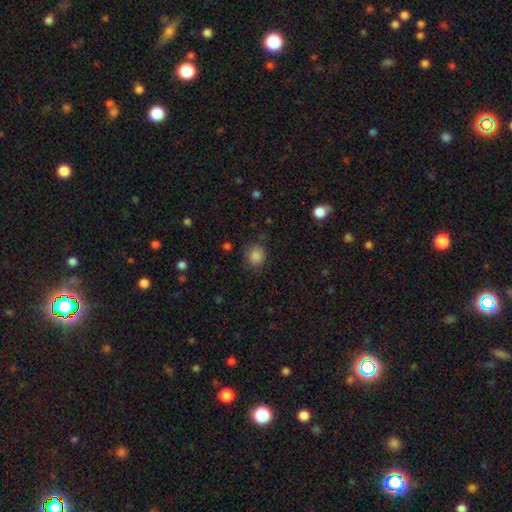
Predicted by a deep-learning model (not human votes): Smooth or featured: smooth — 85% (star or artifact — 11%)
How rounded: round — 74% (in between — 25%)
Merging: none — 77% (minor disturbance — 16%)